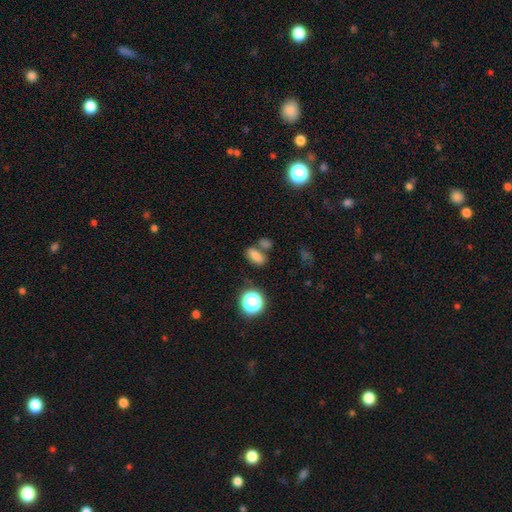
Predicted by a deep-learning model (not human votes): The model was most divided on "merging": none: 57%, merger: 26%, minor disturbance: 12%, major disturbance: 5%. More confident: how rounded — in between (80%); smooth or featured — smooth (76%).